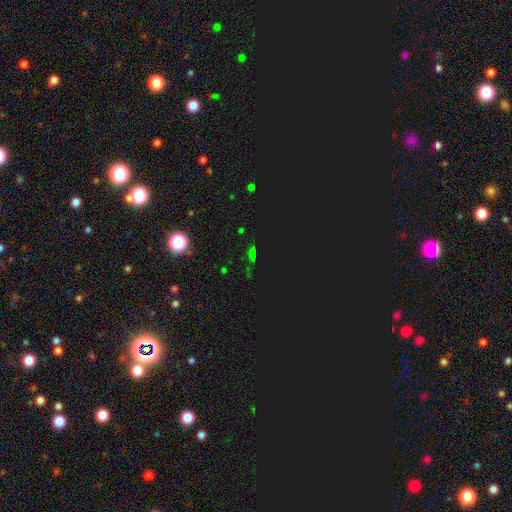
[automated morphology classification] star or artifact 66%, smooth 21%, featured or disk 12%.